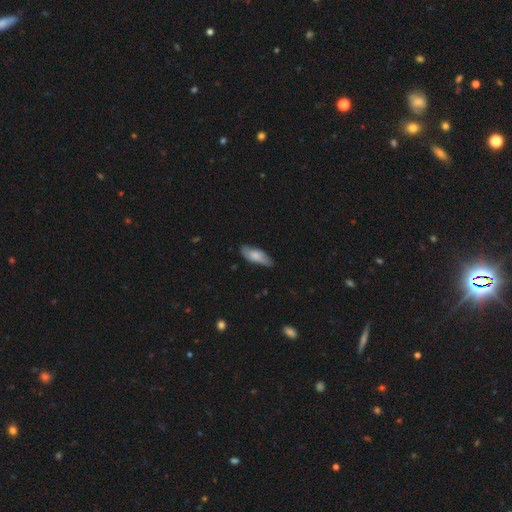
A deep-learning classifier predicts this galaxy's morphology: type=smooth (69%); roundness=in between (69%); merging=none (69%).